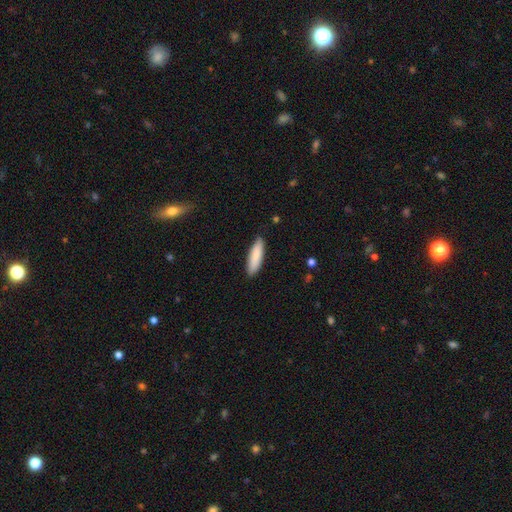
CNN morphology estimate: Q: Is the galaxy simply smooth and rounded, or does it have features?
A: smooth — 87%.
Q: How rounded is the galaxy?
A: cigar-shaped — 62%.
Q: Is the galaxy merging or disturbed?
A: none — 88%.